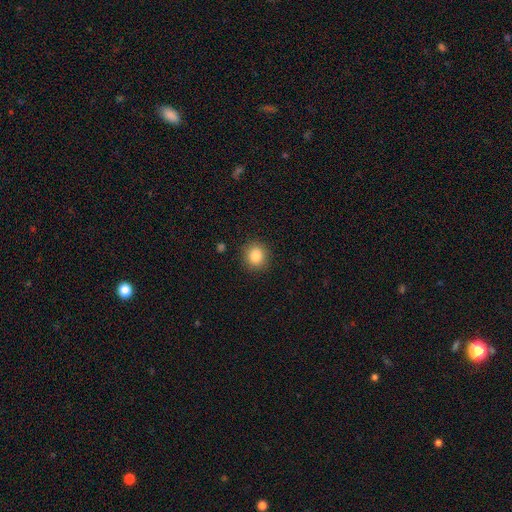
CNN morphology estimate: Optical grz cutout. It shows a smooth galaxy with no disk features (84%) that is round (88%). Merging: none (90%).